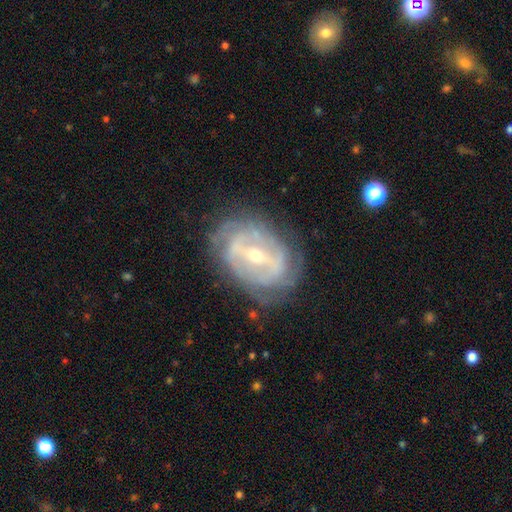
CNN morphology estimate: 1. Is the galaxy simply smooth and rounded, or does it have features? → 85% featured or disk, 9% smooth, 6% star or artifact.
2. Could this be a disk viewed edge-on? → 95% no, 5% yes.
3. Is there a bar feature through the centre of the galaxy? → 50% strong, 37% weak, 13% no.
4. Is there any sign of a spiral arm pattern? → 83% yes, 17% no.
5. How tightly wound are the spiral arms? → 60% tight, 29% medium, 11% loose.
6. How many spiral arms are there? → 39% can't tell, 35% 2, 11% 3, 7% 4, 4% 1, 4% more than 4.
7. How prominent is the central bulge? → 49% moderate, 48% small, 2% large, 1% none, 1% dominant.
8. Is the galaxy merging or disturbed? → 73% none, 18% minor disturbance, 8% major disturbance, 1% merger.